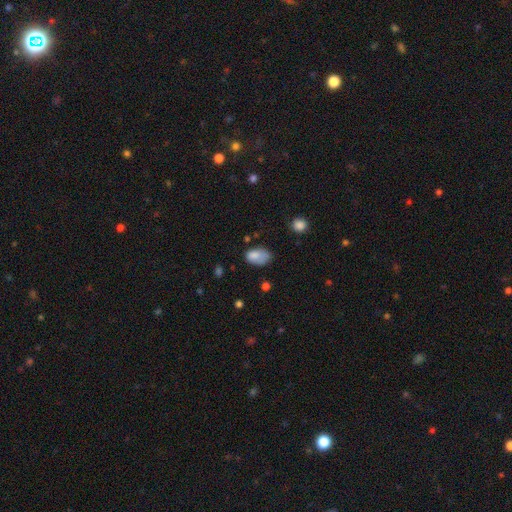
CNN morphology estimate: type=smooth (81%); roundness=in between (89%); merging=none (47%).